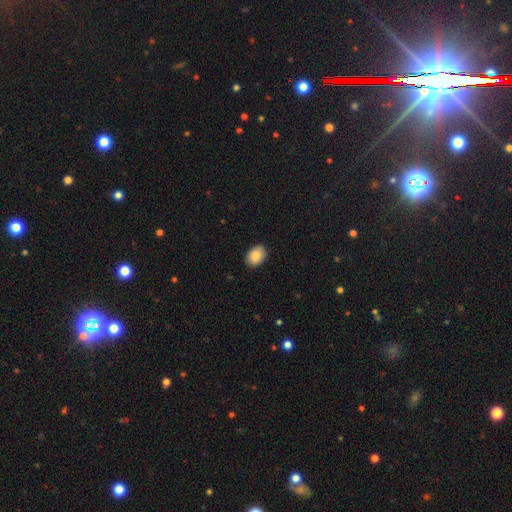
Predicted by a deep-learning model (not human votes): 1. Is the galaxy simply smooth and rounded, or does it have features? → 88% smooth, 7% star or artifact, 5% featured or disk.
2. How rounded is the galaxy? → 78% in between, 21% round, 1% cigar-shaped.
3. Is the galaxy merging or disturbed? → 89% none, 8% minor disturbance, 2% major disturbance, 1% merger.